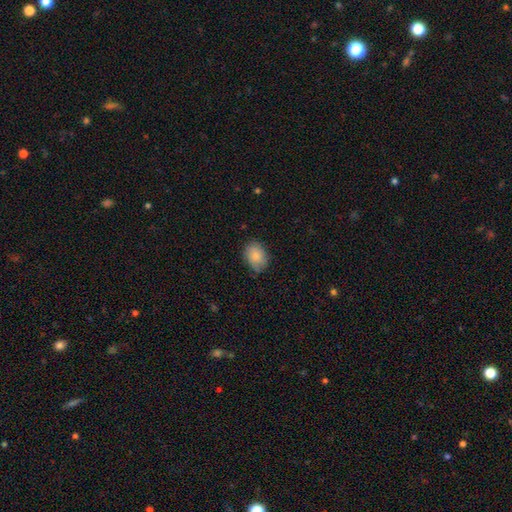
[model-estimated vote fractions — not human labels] A smooth galaxy with no disk features (82%) that is in between round and cigar-shaped (64%).

Vote fractions:
- Smooth or featured? smooth: 82% / featured or disk: 11% / star or artifact: 7%
- How rounded? in between: 64% / round: 35% / cigar-shaped: 1%
- Merging? none: 75% / minor disturbance: 20% / major disturbance: 4% / merger: 1%